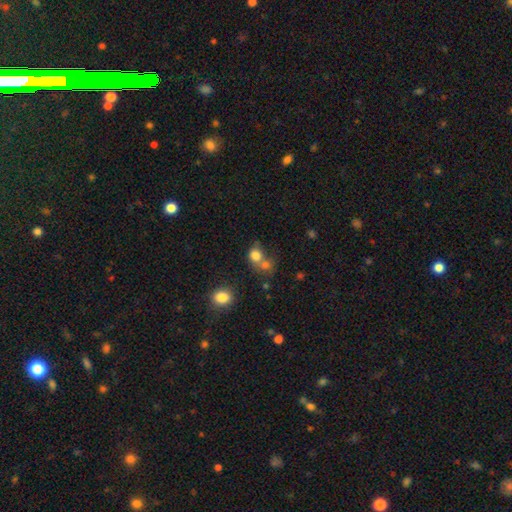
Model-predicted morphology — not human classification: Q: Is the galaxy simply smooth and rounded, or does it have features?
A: smooth — 78%.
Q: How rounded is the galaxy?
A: round — 72%.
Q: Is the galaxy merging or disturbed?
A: merger — 49%.